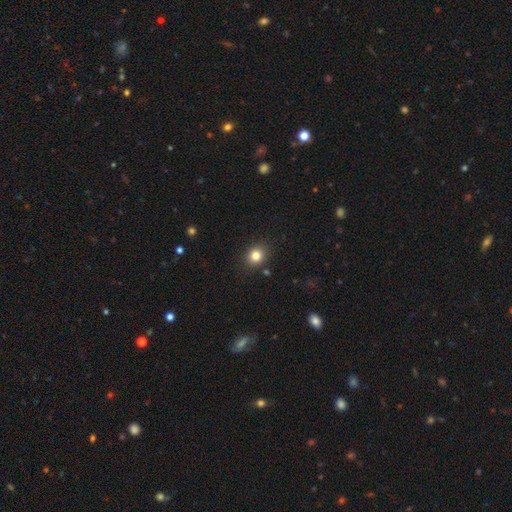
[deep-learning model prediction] Smooth or featured?
  - smooth: 81% *
  - star or artifact: 12%
  - featured or disk: 7%
How rounded?
  - round: 71% *
  - in between: 28%
  - cigar-shaped: 1%
Merging?
  - none: 87% *
  - minor disturbance: 9%
  - merger: 2%
  - major disturbance: 2%